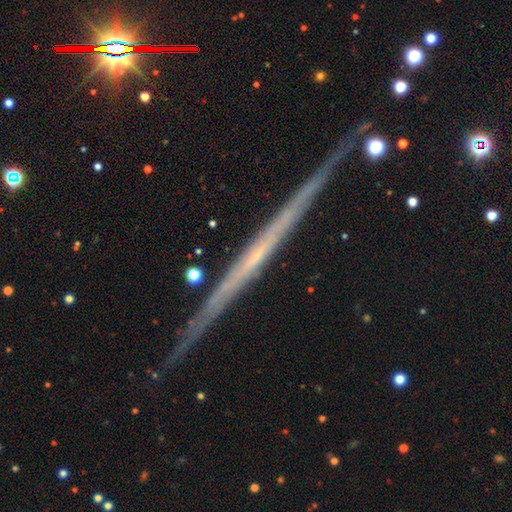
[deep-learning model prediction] Smooth or featured?
  - featured or disk: 77% *
  - smooth: 15%
  - star or artifact: 8%
Edge-on disk?
  - yes: 97% *
  - no: 3%
Edge-on bulge?
  - none: 80% *
  - rounded: 15%
  - boxy: 5%
Merging?
  - none: 86% *
  - minor disturbance: 10%
  - major disturbance: 2%
  - merger: 2%